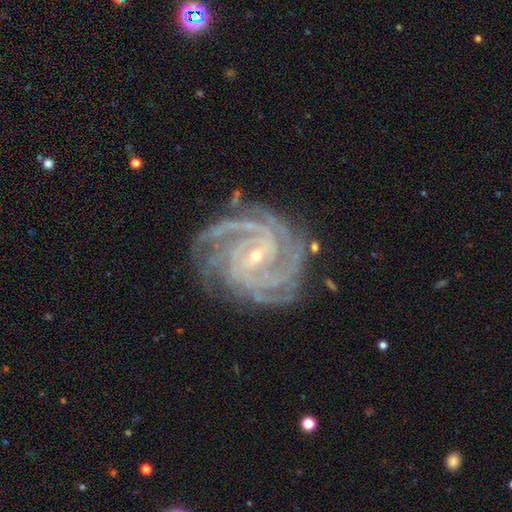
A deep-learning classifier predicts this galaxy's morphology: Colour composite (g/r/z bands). It shows a featured or disk galaxy (92%) with a weak bar (40%), 4 (33%) tight (76%) spiral arms (99%) and a small central bulge (82%). Merging: none (78%).